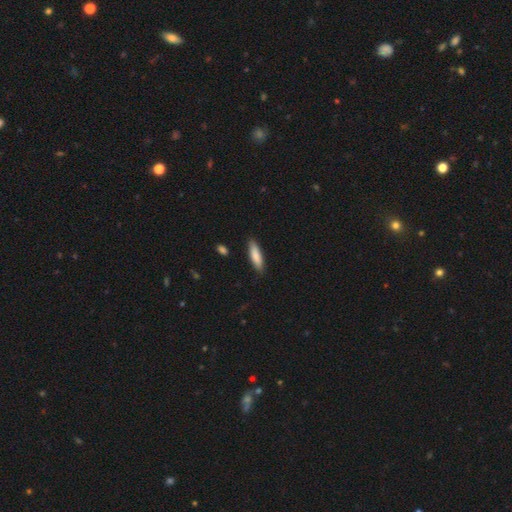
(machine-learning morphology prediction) This is clearly a smooth galaxy (85%). How rounded: likely cigar-shaped (66%). Merging: clearly none (87%).